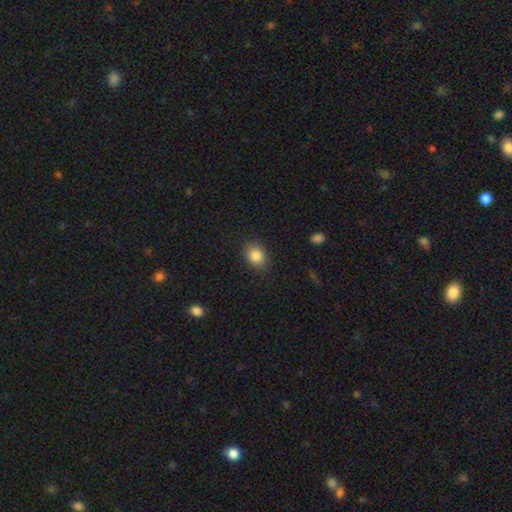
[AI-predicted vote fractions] This is clearly a smooth galaxy (85%). How rounded: possibly in between (59%). Merging: clearly none (85%).